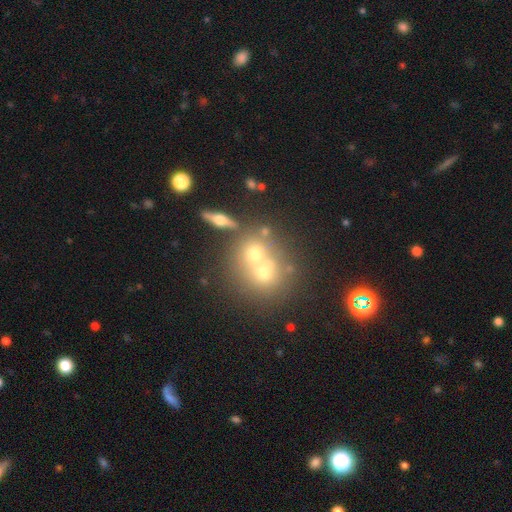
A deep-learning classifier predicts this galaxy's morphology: Smooth or featured?
  - smooth: 51% *
  - featured or disk: 31%
  - star or artifact: 18%
How rounded?
  - round: 79% *
  - in between: 20%
  - cigar-shaped: 2%
Merging?
  - merger: 56% *
  - none: 34%
  - minor disturbance: 6%
  - major disturbance: 3%